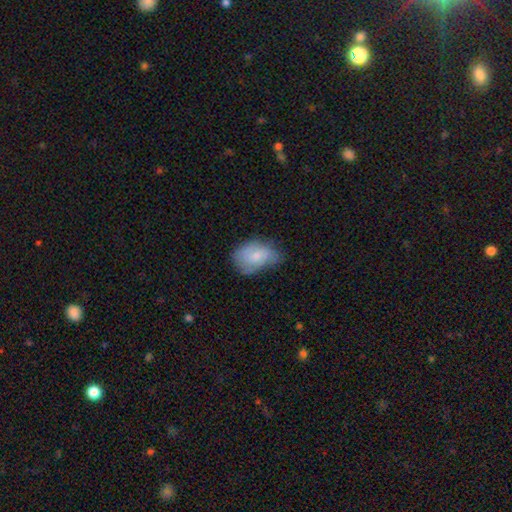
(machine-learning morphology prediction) smooth 71%, featured or disk 22%, star or artifact 7%. Down the decision tree: how rounded — in between (84%); merging — none (45%).